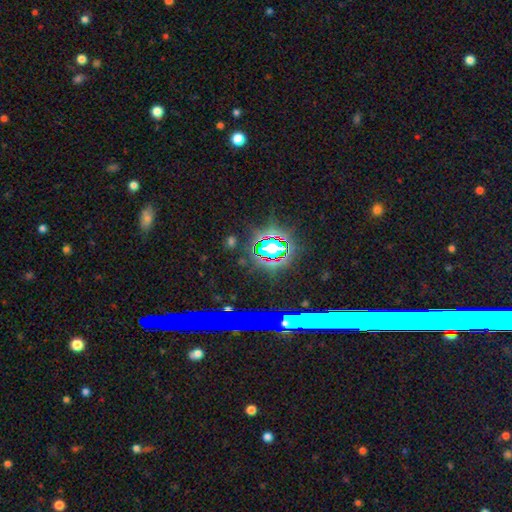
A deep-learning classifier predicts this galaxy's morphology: The model was most divided on "smooth or featured": star or artifact: 71%, featured or disk: 16%, smooth: 13%.